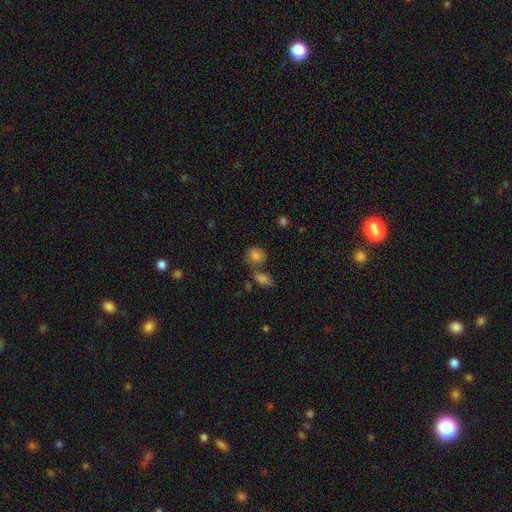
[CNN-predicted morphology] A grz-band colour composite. It shows a smooth galaxy with no disk features (79%) that is round (55%). Merging: none (55%).